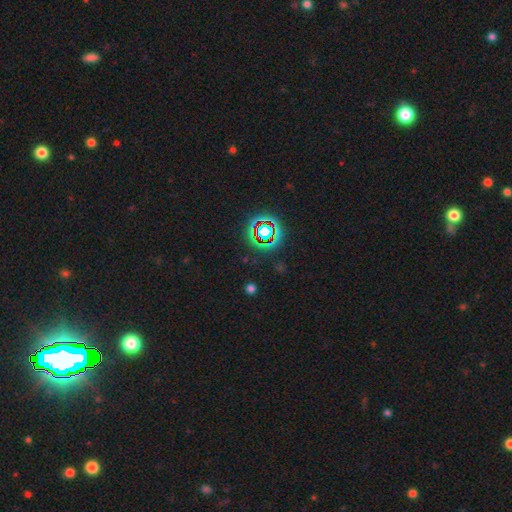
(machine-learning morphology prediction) Smooth or featured? star or artifact (68%)